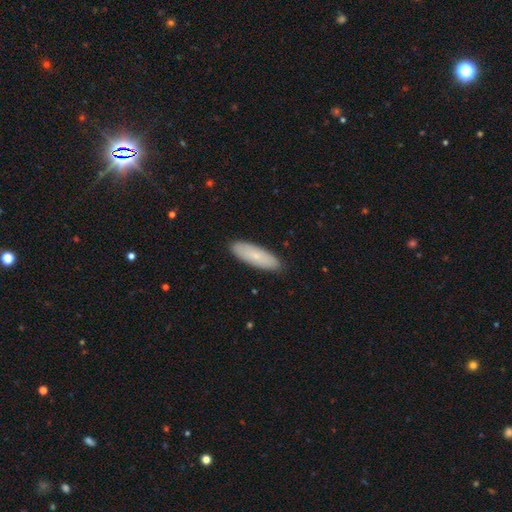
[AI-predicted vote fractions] Smooth or featured?
  - smooth: 72% *
  - featured or disk: 21%
  - star or artifact: 6%
How rounded?
  - in between: 51% *
  - cigar-shaped: 47%
  - round: 2%
Merging?
  - none: 89% *
  - minor disturbance: 9%
  - major disturbance: 2%
  - merger: 1%